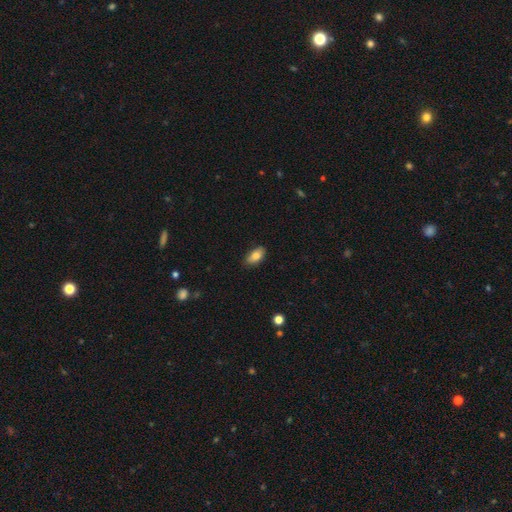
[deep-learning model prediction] smooth_or_featured: smooth (p=0.82) [alt: featured or disk p=0.11]
how_rounded: in between (p=0.91) [alt: round p=0.04]
merging: none (p=0.84) [alt: minor disturbance p=0.13]